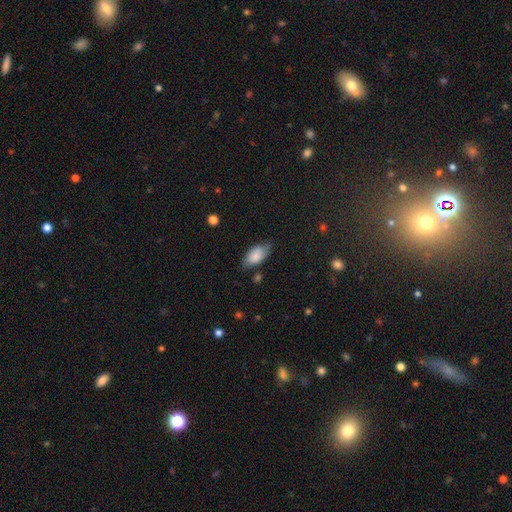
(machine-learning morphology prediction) This appears to be a smooth galaxy with no disk features (79%) that is in between round and cigar-shaped (91%). Merging: none (70%).